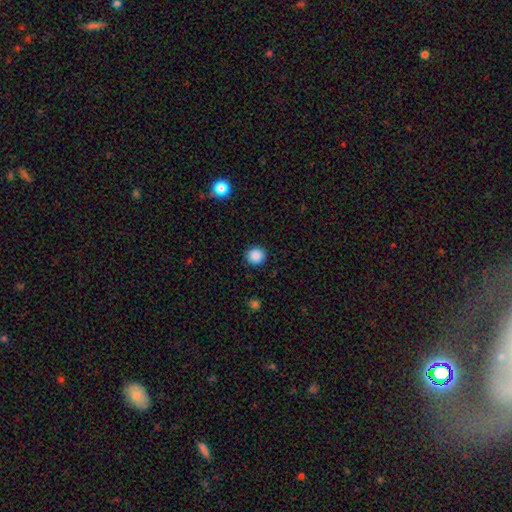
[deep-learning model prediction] Overall: smooth (88%). How rounded: round (93%). Merging: none (91%).